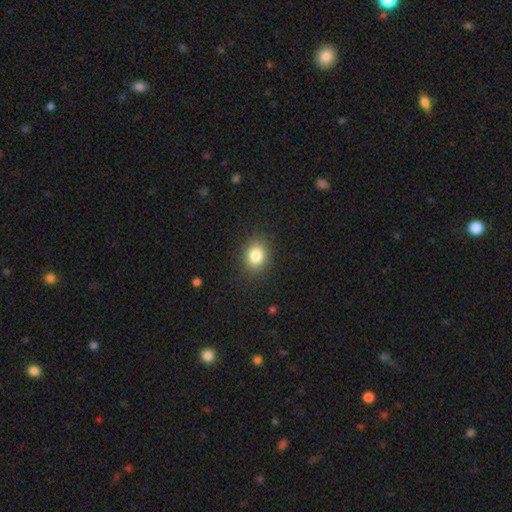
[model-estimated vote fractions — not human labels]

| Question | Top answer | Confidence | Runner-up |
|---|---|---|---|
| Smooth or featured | smooth | 82% | star or artifact (11%) |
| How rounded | round | 50% | in between (49%) |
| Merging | none | 88% | minor disturbance (9%) |